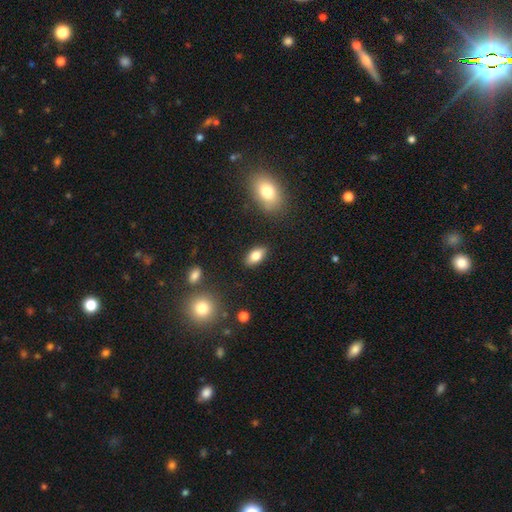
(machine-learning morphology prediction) Smooth or featured? smooth (76%)
How rounded? in between (87%)
Merging? none (87%)